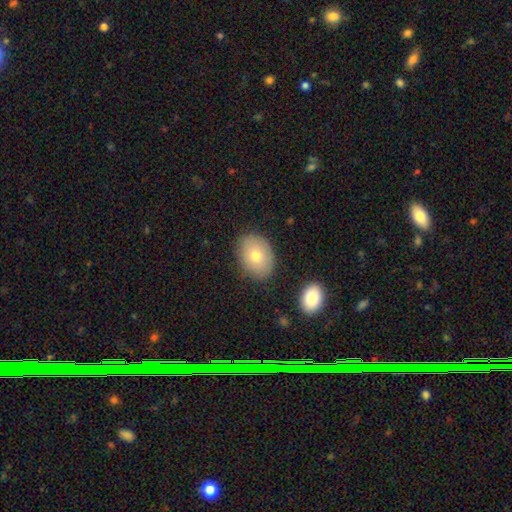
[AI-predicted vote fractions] This appears to be a smooth galaxy with no disk features (74%) that is in between round and cigar-shaped (73%). Merging: none (82%).